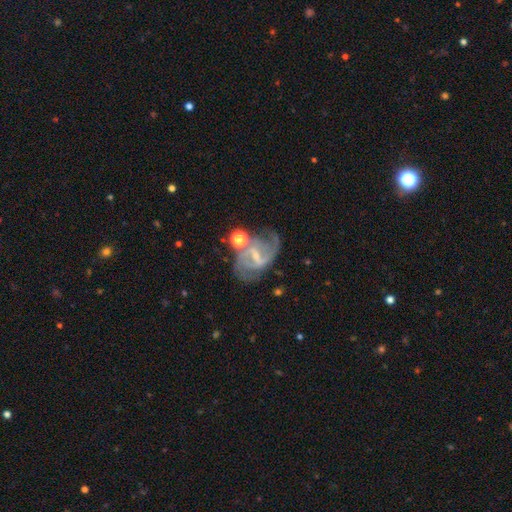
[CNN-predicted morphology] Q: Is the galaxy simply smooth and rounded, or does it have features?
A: featured or disk — 86%.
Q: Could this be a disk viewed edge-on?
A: no — 97%.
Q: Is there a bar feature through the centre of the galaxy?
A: weak — 50%.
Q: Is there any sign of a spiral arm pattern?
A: yes — 95%.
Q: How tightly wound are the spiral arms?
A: medium — 51%.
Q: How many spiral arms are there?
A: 2 — 82%.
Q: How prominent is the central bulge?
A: small — 58%.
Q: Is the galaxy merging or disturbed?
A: none — 55%.